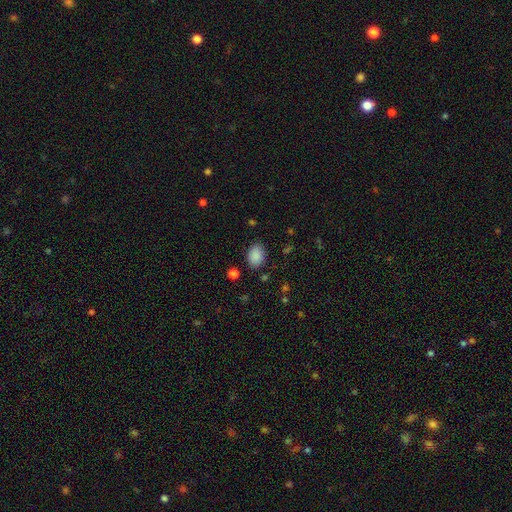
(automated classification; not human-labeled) Smooth or featured? Predicted: smooth (p=0.88). How rounded? Predicted: in between (p=0.78). Merging? Predicted: none (p=0.82).